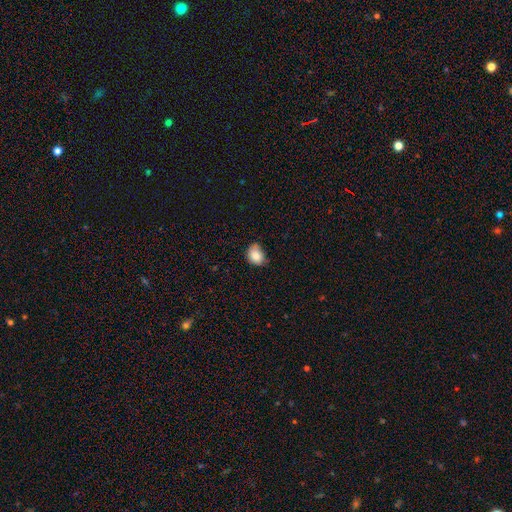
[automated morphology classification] type=smooth (85%); roundness=in between (54%); merging=none (54%).